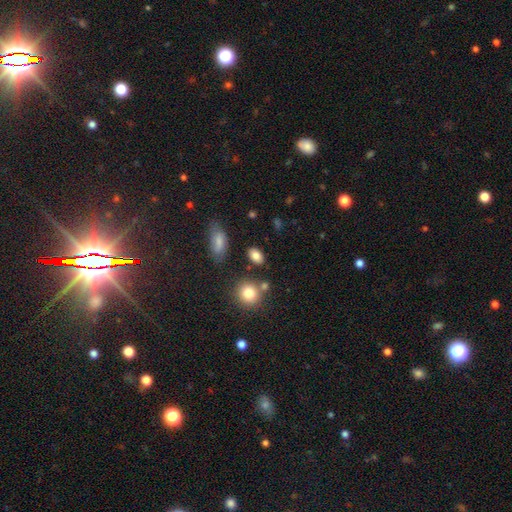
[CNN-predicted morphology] A smooth galaxy with no disk features (83%) that is in between round and cigar-shaped (83%).

Vote fractions:
- Smooth or featured? smooth: 83% / star or artifact: 10% / featured or disk: 7%
- How rounded? in between: 83% / round: 15% / cigar-shaped: 3%
- Merging? none: 79% / minor disturbance: 11% / merger: 6% / major disturbance: 3%